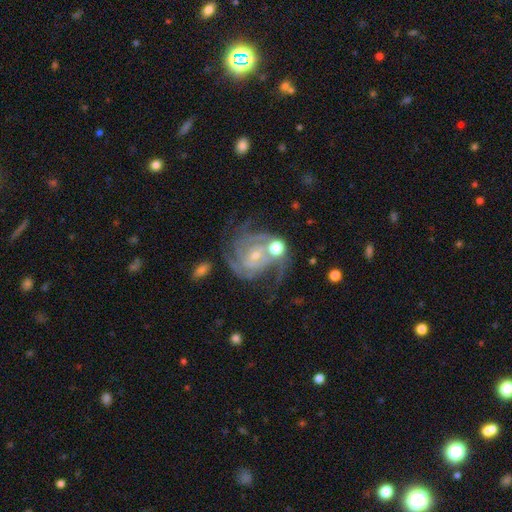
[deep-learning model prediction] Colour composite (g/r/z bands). It shows a featured or disk galaxy (89%) with no bar (56%), 3 (32%) tight (54%) spiral arms (97%) and a small central bulge (70%). Merging: none (55%).